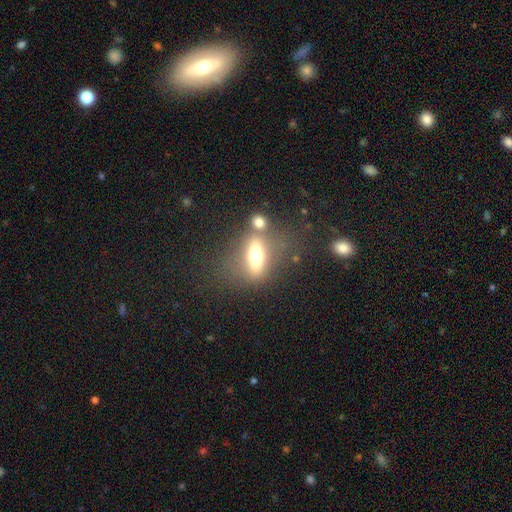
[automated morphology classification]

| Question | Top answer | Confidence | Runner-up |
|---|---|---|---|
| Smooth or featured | smooth | 55% | featured or disk (33%) |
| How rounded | in between | 63% | cigar-shaped (27%) |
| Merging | none | 58% | merger (20%) |